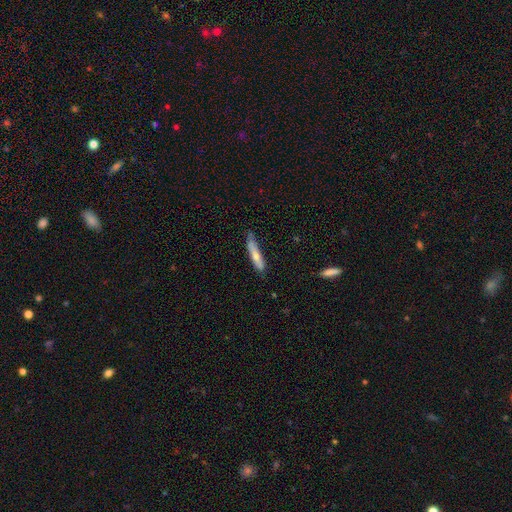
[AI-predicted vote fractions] Smooth or featured?
  - smooth: 67% *
  - featured or disk: 27%
  - star or artifact: 6%
How rounded?
  - cigar-shaped: 87% *
  - in between: 12%
  - round: 1%
Merging?
  - none: 63% *
  - minor disturbance: 29%
  - major disturbance: 6%
  - merger: 2%